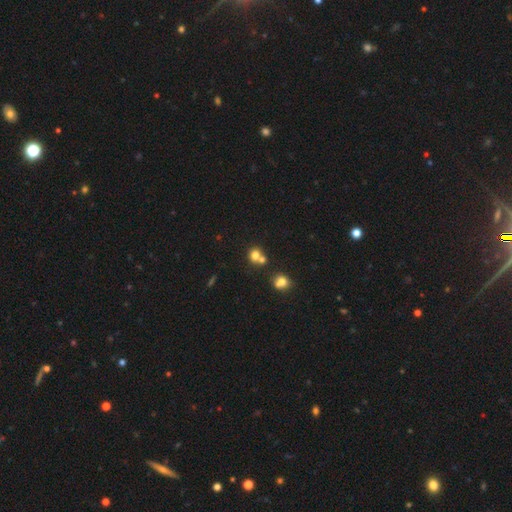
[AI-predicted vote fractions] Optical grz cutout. It shows a smooth galaxy with no disk features (74%) that is round (80%). Merging: merger (46%).